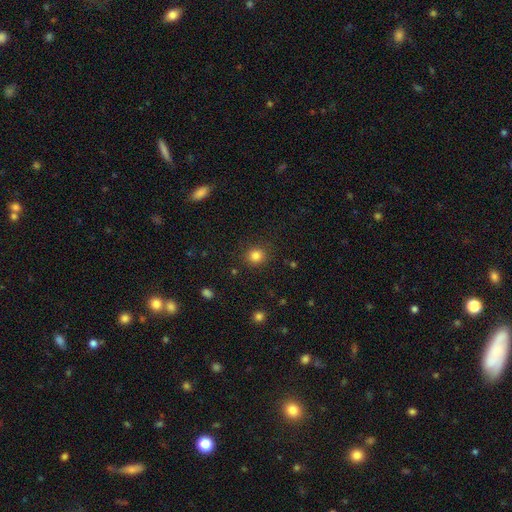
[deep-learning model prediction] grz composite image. It shows a smooth galaxy with no disk features (83%) that is round (89%). Merging: none (89%).